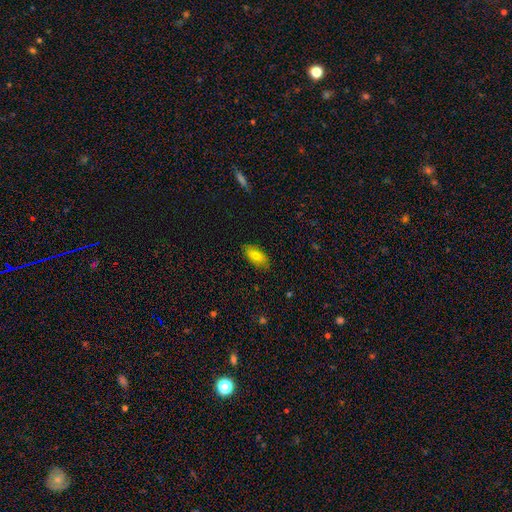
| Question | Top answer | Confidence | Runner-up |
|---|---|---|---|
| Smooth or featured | smooth | 82% | featured or disk (13%) |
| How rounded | in between | 91% | cigar-shaped (6%) |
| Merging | none | 97% | minor disturbance (3%) |